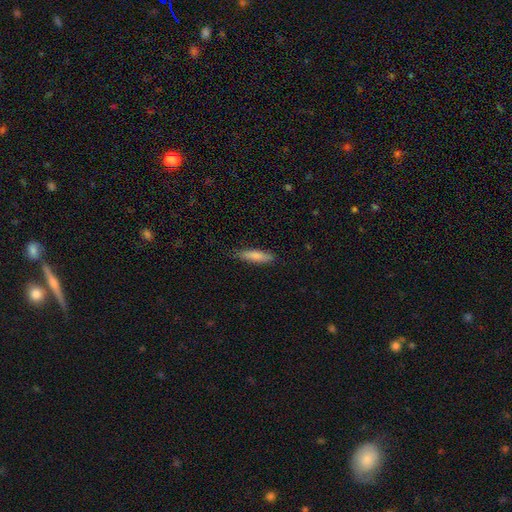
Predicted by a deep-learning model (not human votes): A smooth galaxy with no disk features (82%) that is cigar-shaped (71%).

Vote fractions:
- Smooth or featured? smooth: 82% / featured or disk: 12% / star or artifact: 6%
- How rounded? cigar-shaped: 71% / in between: 28% / round: 2%
- Merging? none: 81% / minor disturbance: 15% / major disturbance: 3% / merger: 1%